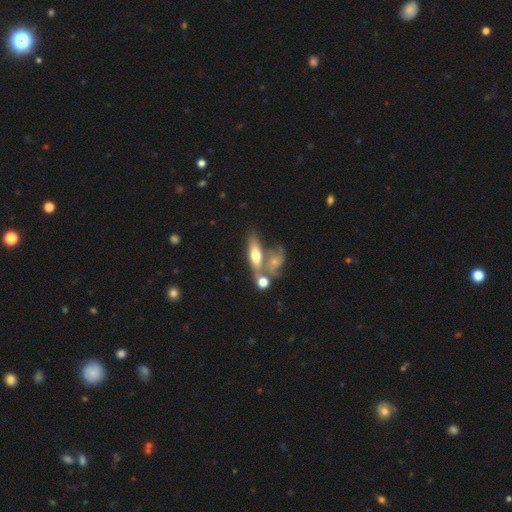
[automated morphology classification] Overall: featured or disk (48%; smooth 43%). Merging: merger (44%; none 35%).